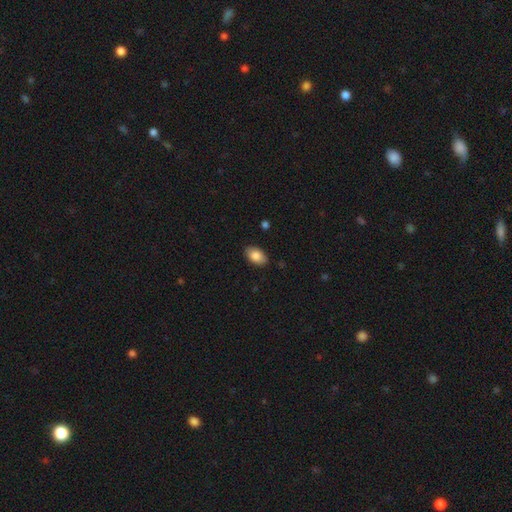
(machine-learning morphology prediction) Smooth or featured?
  - smooth: 85% *
  - featured or disk: 8%
  - star or artifact: 7%
How rounded?
  - in between: 92% *
  - round: 7%
  - cigar-shaped: 1%
Merging?
  - none: 87% *
  - minor disturbance: 10%
  - major disturbance: 2%
  - merger: 1%